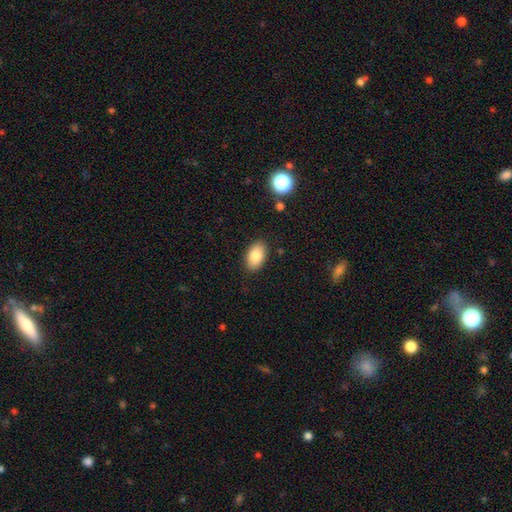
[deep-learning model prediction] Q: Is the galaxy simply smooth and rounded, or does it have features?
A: smooth — 82%.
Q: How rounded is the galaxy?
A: in between — 92%.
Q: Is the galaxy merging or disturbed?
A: none — 87%.